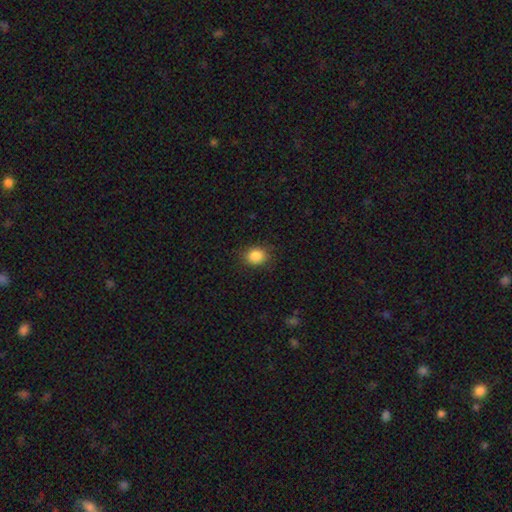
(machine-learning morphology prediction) Smooth or featured? smooth (86%)
How rounded? round (59%)
Merging? none (86%)